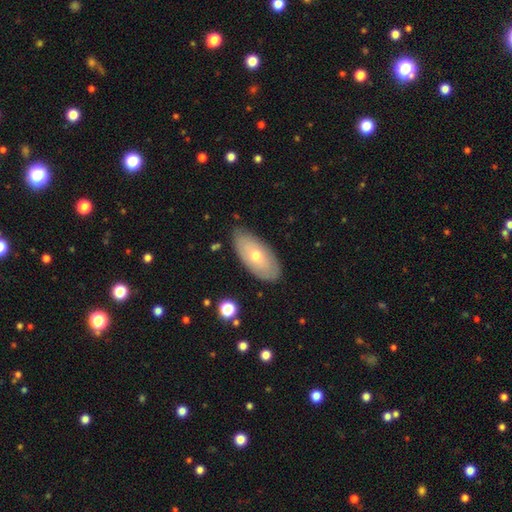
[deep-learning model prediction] Smooth or featured? smooth (55%)
How rounded? in between (91%)
Merging? none (81%)